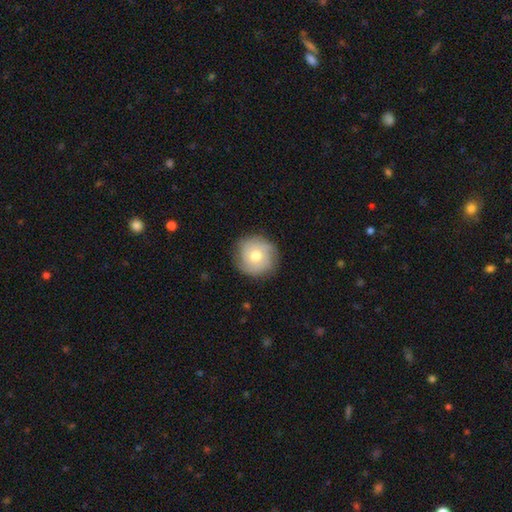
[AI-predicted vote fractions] Q: Smooth or featured?
A: smooth (51%); runner-up: featured or disk (41%)
Q: How rounded?
A: round (93%); runner-up: in between (6%)
Q: Merging?
A: none (81%); runner-up: minor disturbance (14%)